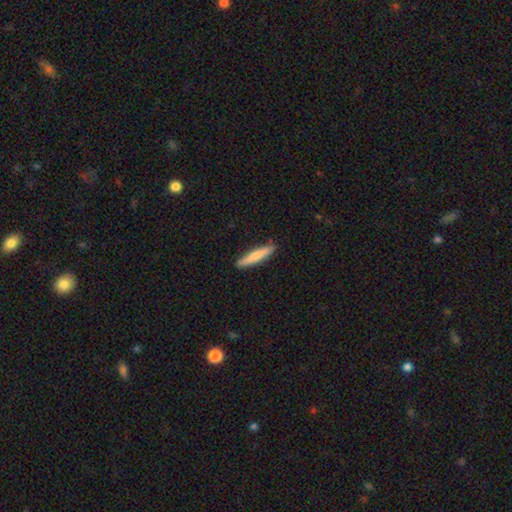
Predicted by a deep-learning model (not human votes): smooth-or-featured: smooth: 73% | featured or disk: 21% | star or artifact: 5%
  how-rounded: cigar-shaped: 92% | in between: 7% | round: 1%
  merging: none: 88% | minor disturbance: 9% | major disturbance: 2% | merger: 1%